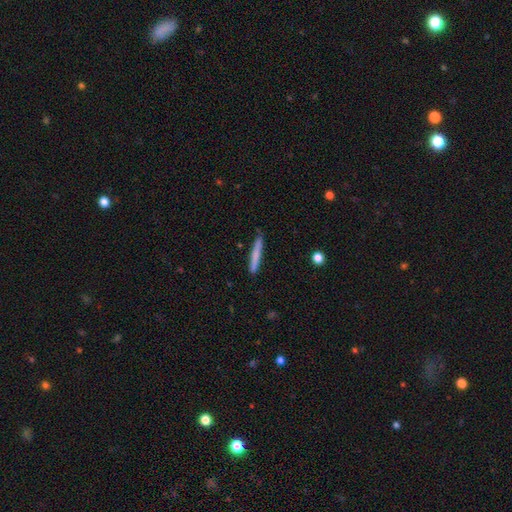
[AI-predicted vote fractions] smooth-or-featured: smooth: 70% | featured or disk: 25% | star or artifact: 6%
  how-rounded: cigar-shaped: 96% | in between: 3% | round: 1%
  merging: none: 83% | minor disturbance: 13% | major disturbance: 2% | merger: 2%